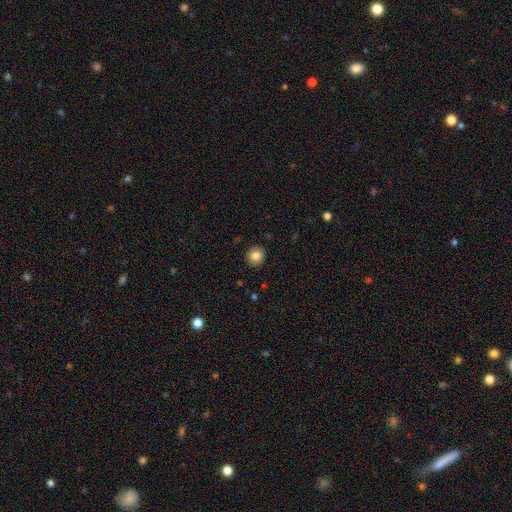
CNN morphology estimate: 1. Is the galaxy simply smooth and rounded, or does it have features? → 83% smooth, 10% star or artifact, 7% featured or disk.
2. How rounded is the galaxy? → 91% round, 8% in between, 1% cigar-shaped.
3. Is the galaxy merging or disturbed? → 91% none, 6% minor disturbance, 2% major disturbance, 1% merger.